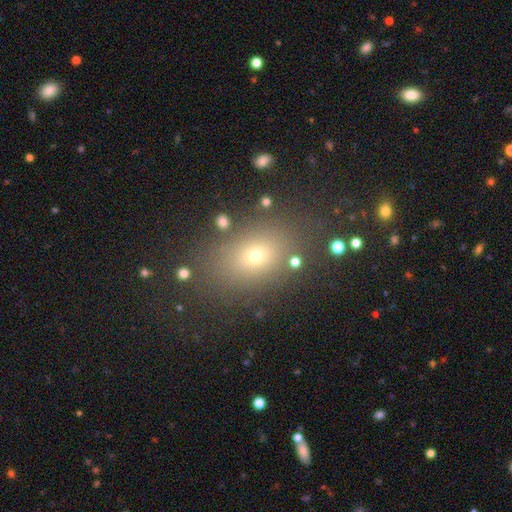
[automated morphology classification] smooth_or_featured: smooth (p=0.67) [alt: star or artifact p=0.20]
how_rounded: in between (p=0.67) [alt: round p=0.31]
merging: none (p=0.80) [alt: minor disturbance p=0.11]